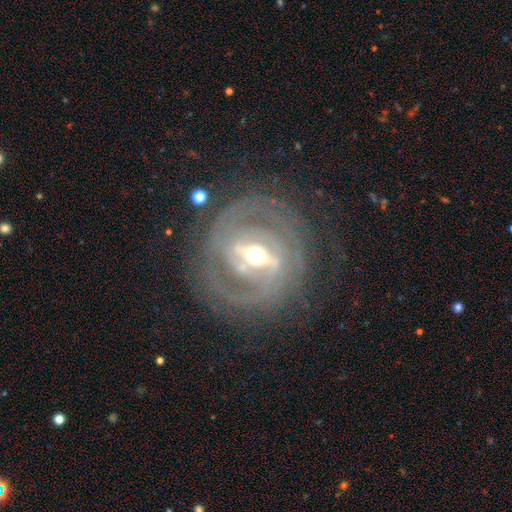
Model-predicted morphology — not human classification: Smooth or featured? featured or disk (89%)
Edge-on disk? no (93%)
Bar? strong (69%)
Spiral arms? yes (86%)
Spiral winding? tight (66%)
Spiral arm count? 2 (46%)
Bulge size? moderate (68%)
Merging? none (77%)